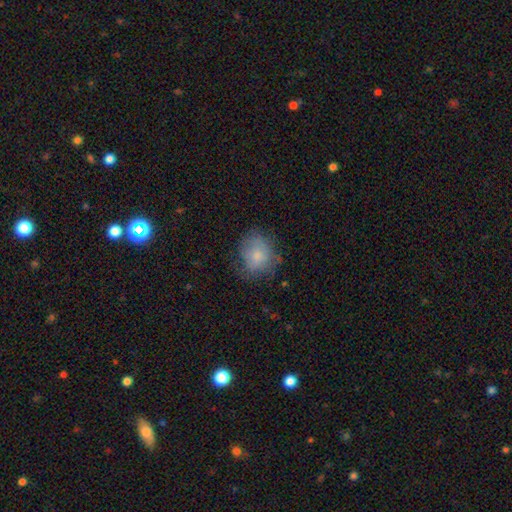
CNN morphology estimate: The model was most divided on "how rounded": round: 66%, in between: 33%, cigar-shaped: 1%. More confident: smooth or featured — smooth (77%); merging — none (63%).